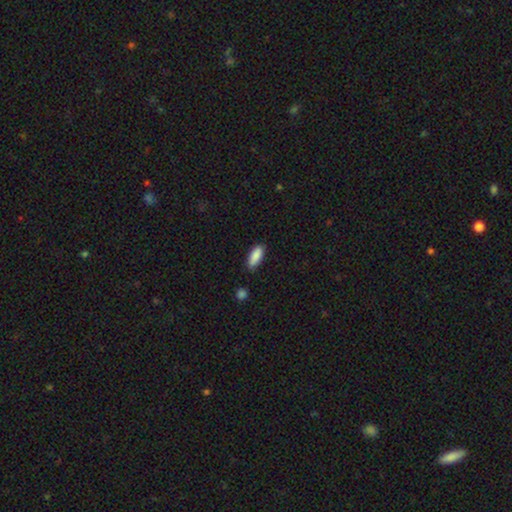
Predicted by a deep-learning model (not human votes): Q: Smooth or featured?
A: smooth (88%); runner-up: star or artifact (6%)
Q: How rounded?
A: in between (79%); runner-up: cigar-shaped (19%)
Q: Merging?
A: none (77%); runner-up: minor disturbance (18%)